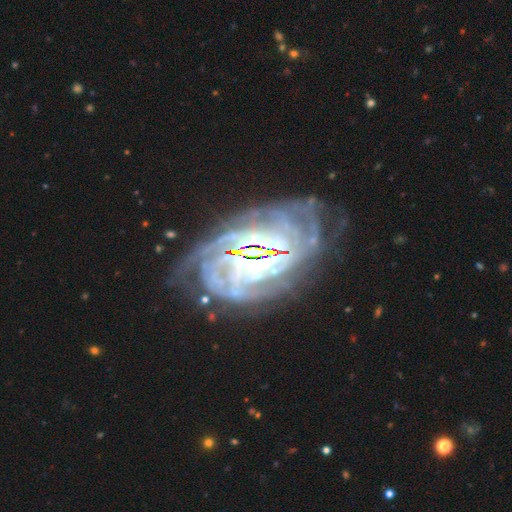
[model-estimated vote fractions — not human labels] Smooth or featured?
  - featured or disk: 87% *
  - star or artifact: 8%
  - smooth: 5%
Edge-on disk?
  - no: 96% *
  - yes: 4%
Bar?
  - no: 44% *
  - weak: 30%
  - strong: 26%
Spiral arms?
  - yes: 97% *
  - no: 3%
Spiral winding?
  - tight: 78% *
  - medium: 18%
  - loose: 4%
Spiral arm count?
  - more than 4: 26% *
  - can't tell: 22%
  - 4: 17%
  - 3: 15%
  - 2: 12%
  - 1: 9%
Bulge size?
  - moderate: 43% *
  - small: 30%
  - large: 16%
  - none: 8%
  - dominant: 3%
Merging?
  - none: 66% *
  - minor disturbance: 20%
  - major disturbance: 10%
  - merger: 3%